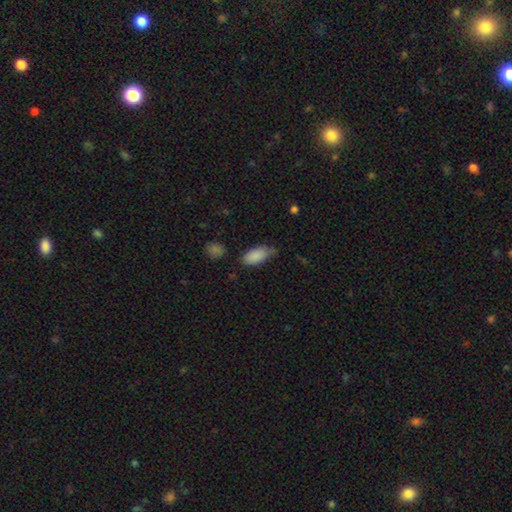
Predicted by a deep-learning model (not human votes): Smooth or featured? smooth (88%)
How rounded? in between (90%)
Merging? none (57%)